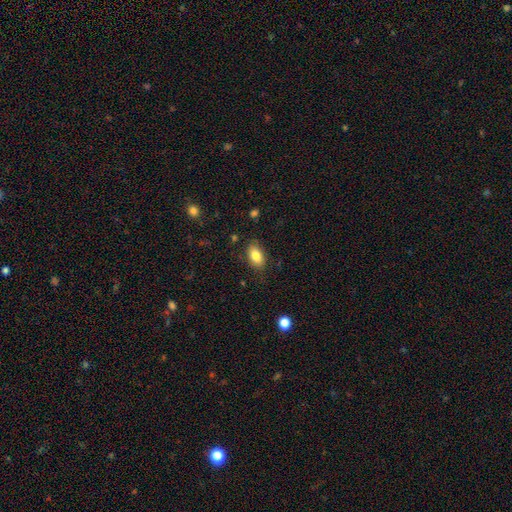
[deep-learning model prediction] A smooth galaxy with no disk features (82%) that is in between round and cigar-shaped (91%).

Vote fractions:
- Smooth or featured? smooth: 82% / featured or disk: 10% / star or artifact: 7%
- How rounded? in between: 91% / round: 6% / cigar-shaped: 3%
- Merging? none: 82% / minor disturbance: 13% / major disturbance: 3% / merger: 1%